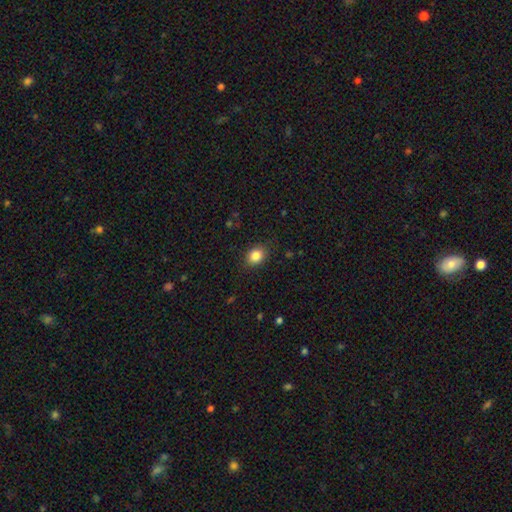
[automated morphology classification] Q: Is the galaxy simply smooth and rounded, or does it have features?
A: smooth — 85%.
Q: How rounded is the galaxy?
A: in between — 52%.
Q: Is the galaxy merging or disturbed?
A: none — 86%.